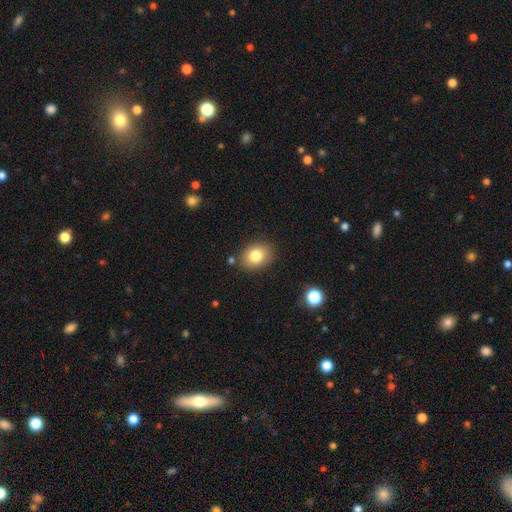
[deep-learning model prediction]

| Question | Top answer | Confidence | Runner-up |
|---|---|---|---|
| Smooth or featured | smooth | 81% | star or artifact (10%) |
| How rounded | in between | 58% | round (41%) |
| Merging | none | 84% | minor disturbance (10%) |